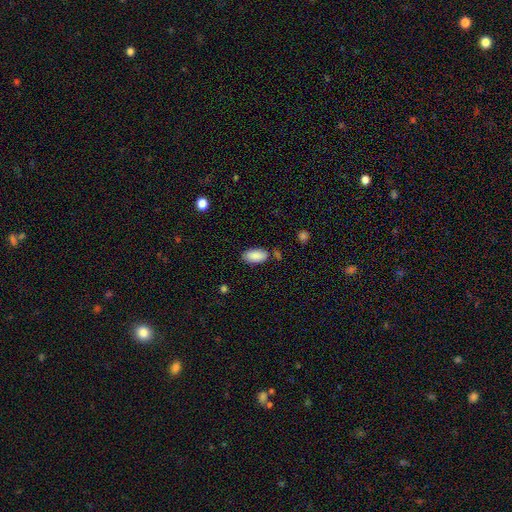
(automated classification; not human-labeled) smooth 88%, star or artifact 7%, featured or disk 5%. Down the decision tree: how rounded — in between (94%); merging — none (78%).